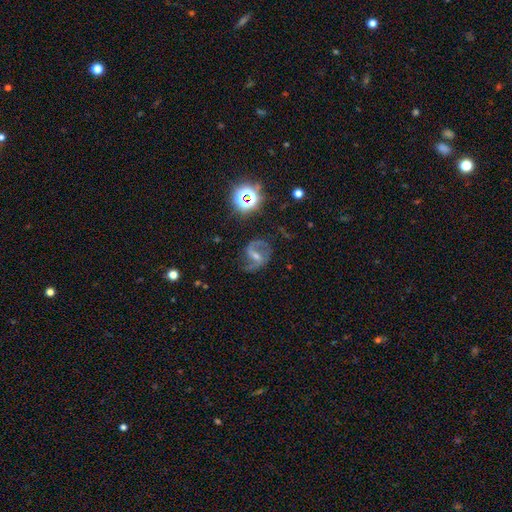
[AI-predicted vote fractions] Smooth or featured? featured or disk (80%)
Edge-on disk? no (97%)
Bar? weak (44%)
Spiral arms? yes (95%)
Spiral winding? medium (51%)
Spiral arm count? 2 (90%)
Bulge size? small (50%)
Merging? none (74%)